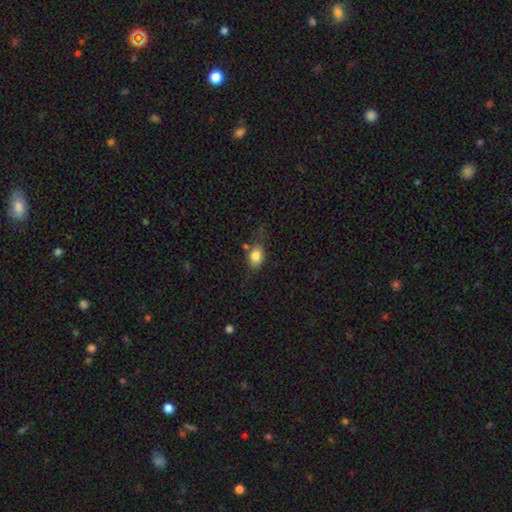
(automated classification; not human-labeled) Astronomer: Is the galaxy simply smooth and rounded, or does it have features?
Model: smooth — 81%.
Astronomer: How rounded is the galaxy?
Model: in between — 63%.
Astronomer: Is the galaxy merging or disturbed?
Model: none — 57%.